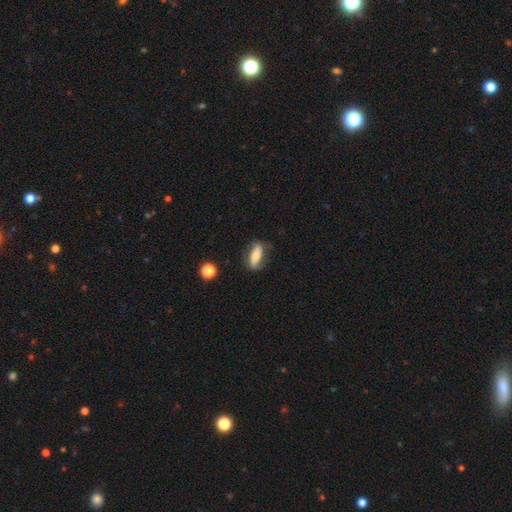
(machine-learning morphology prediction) Overall: smooth (61%; featured or disk 32%). How rounded: in between (69%). Merging: none (70%).